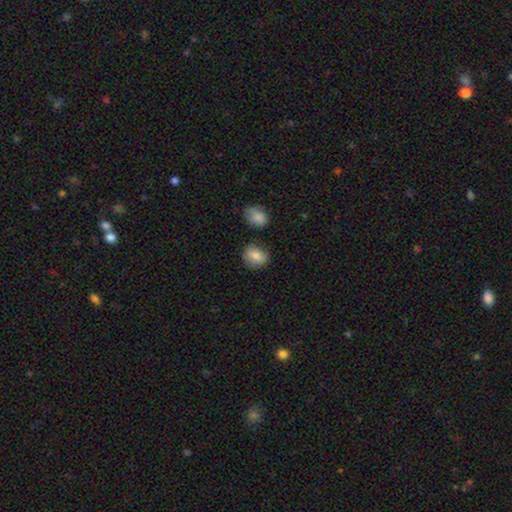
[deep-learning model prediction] Smooth or featured? smooth (82%)
How rounded? round (59%)
Merging? none (78%)